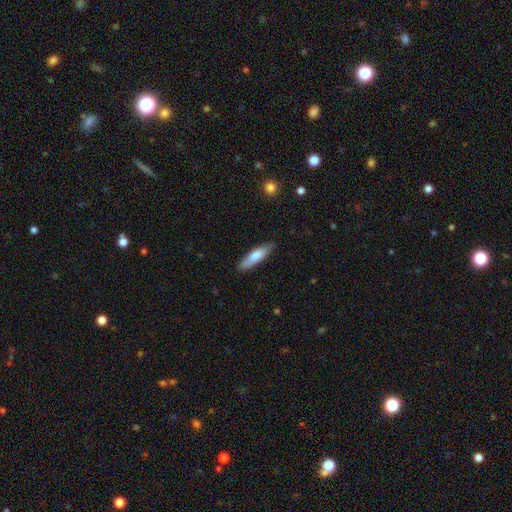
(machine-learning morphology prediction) smooth_or_featured: smooth (p=0.75) [alt: featured or disk p=0.19]
how_rounded: cigar-shaped (p=0.71) [alt: in between p=0.28]
merging: none (p=0.85) [alt: minor disturbance p=0.12]